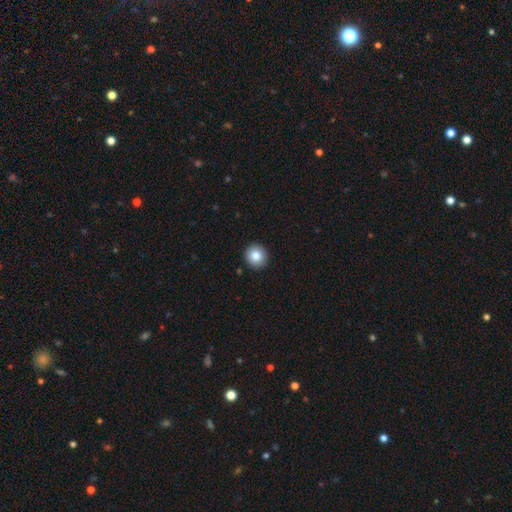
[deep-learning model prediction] Smooth or featured? Predicted: smooth (p=0.82). How rounded? Predicted: round (p=0.92). Merging? Predicted: none (p=0.92).